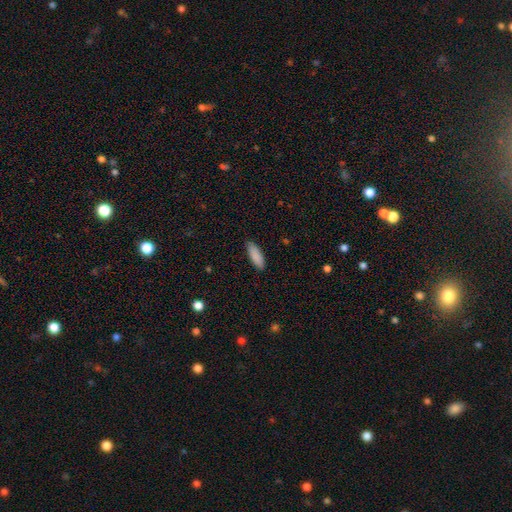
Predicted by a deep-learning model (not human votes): Smooth or featured: smooth — 89% (star or artifact — 6%)
How rounded: in between — 63% (cigar-shaped — 35%)
Merging: none — 85% (minor disturbance — 12%)